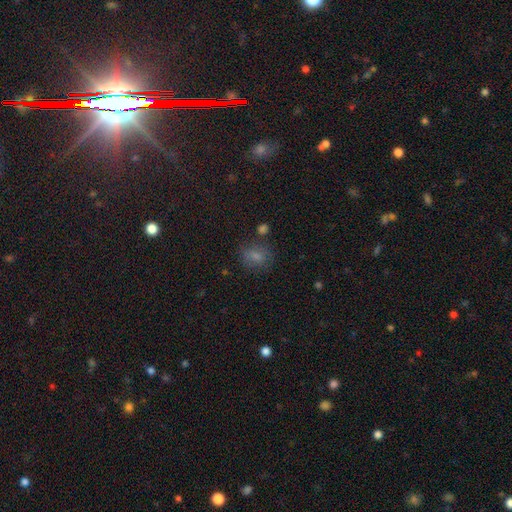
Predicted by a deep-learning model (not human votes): Smooth or featured? smooth (75%)
How rounded? round (58%)
Merging? none (70%)